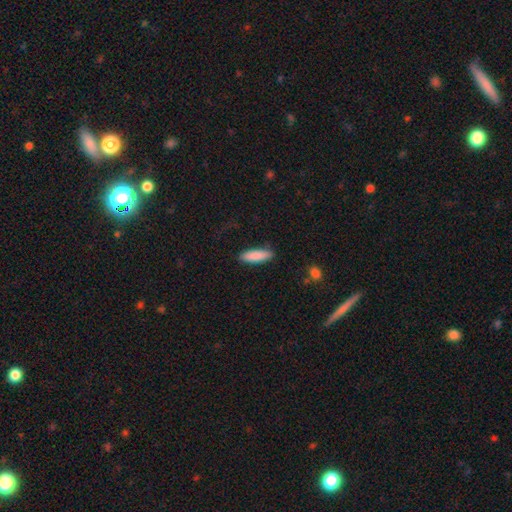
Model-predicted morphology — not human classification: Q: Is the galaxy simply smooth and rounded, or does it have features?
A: smooth — 88%.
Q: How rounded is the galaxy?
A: cigar-shaped — 54%.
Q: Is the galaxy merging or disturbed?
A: none — 85%.